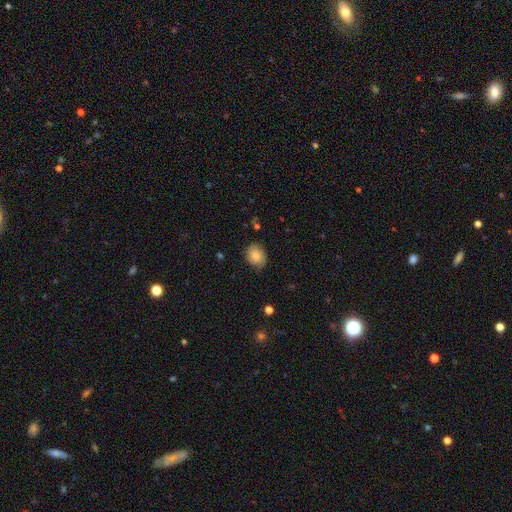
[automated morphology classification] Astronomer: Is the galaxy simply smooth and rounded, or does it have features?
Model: smooth — 71%.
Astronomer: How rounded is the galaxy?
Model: round — 51% (runner-up: in between, 48%).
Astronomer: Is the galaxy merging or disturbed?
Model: none — 68%.